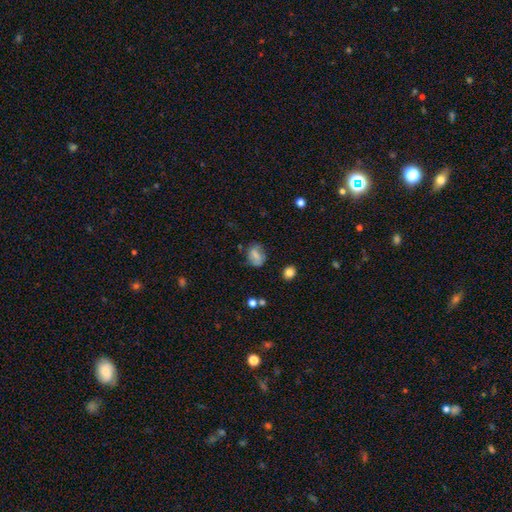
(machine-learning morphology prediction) This appears to be a smooth galaxy with no disk features (69%) that is in between round and cigar-shaped (58%). Merging: none (65%).